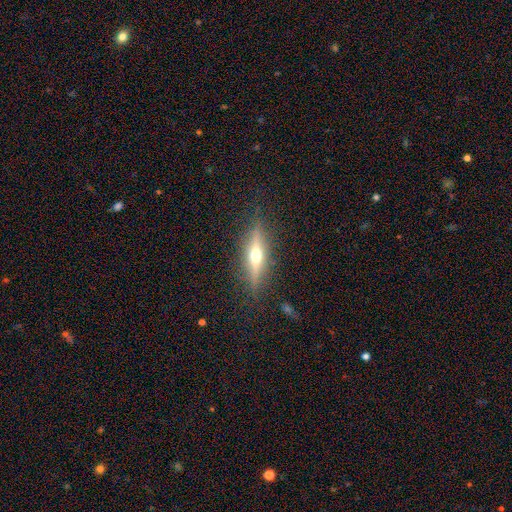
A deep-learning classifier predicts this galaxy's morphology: Smooth or featured? Predicted: featured or disk (p=0.66). Edge-on disk? Predicted: yes (p=0.94). Edge-on bulge? Predicted: rounded (p=0.93). Merging? Predicted: none (p=0.87).